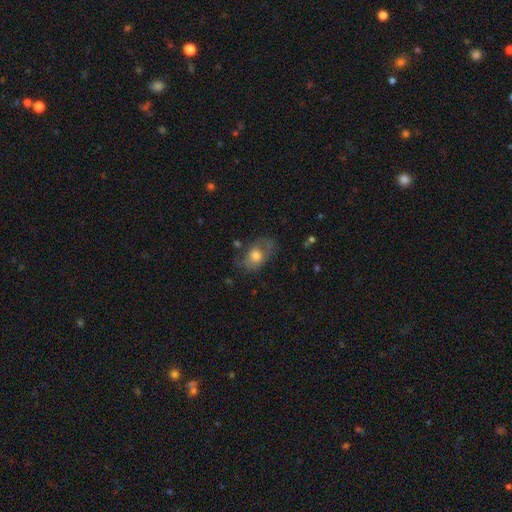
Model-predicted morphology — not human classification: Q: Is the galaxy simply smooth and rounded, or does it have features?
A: smooth — 59%.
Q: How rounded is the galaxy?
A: in between — 78%.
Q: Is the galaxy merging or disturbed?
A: none — 51%.